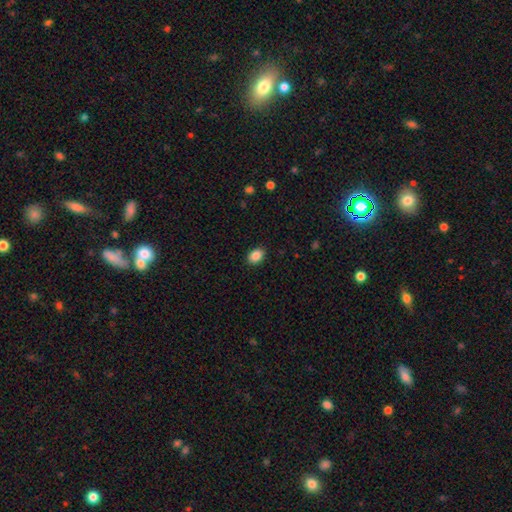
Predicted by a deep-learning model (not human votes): Smooth or featured? Predicted: smooth (p=0.88). How rounded? Predicted: in between (p=0.77). Merging? Predicted: none (p=0.89).